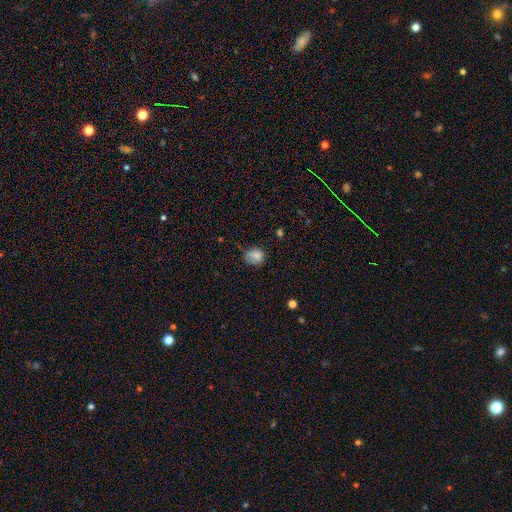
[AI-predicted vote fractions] This is clearly a smooth galaxy (80%). How rounded: likely round (69%). Merging: possibly none (59%).